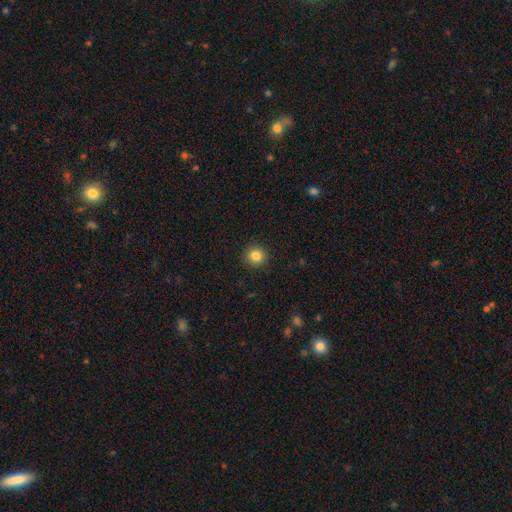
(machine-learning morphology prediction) smooth_or_featured: smooth (p=0.84) [alt: star or artifact p=0.11]
how_rounded: round (p=0.93) [alt: in between p=0.06]
merging: none (p=0.92) [alt: minor disturbance p=0.05]